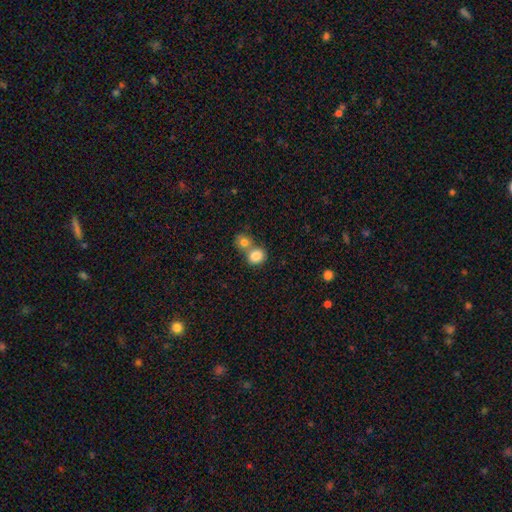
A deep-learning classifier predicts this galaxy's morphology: smooth-or-featured: smooth: 84% | star or artifact: 9% | featured or disk: 7%
  how-rounded: round: 68% | in between: 31% | cigar-shaped: 1%
  merging: merger: 49% | none: 41% | minor disturbance: 8% | major disturbance: 3%